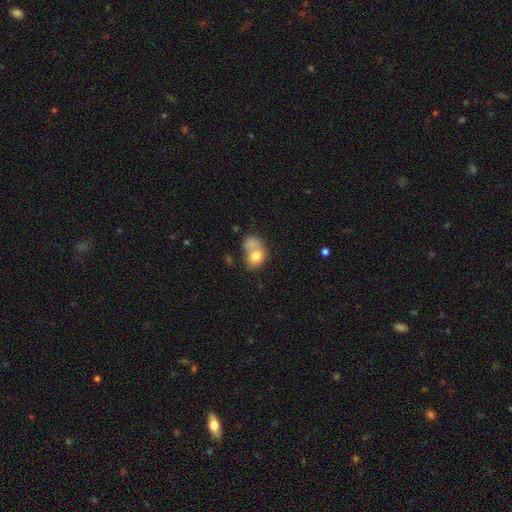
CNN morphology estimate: This appears to be a smooth galaxy with no disk features (76%) that is in between round and cigar-shaped (55%). Merging: merger (55%).